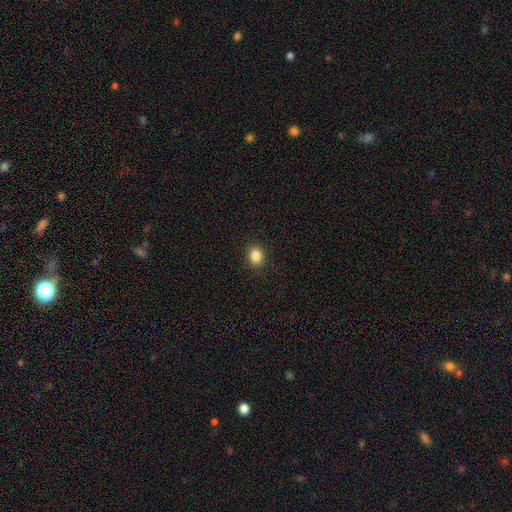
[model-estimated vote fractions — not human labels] Morphology: type=smooth (86%); roundness=in between (53%); merging=none (89%).